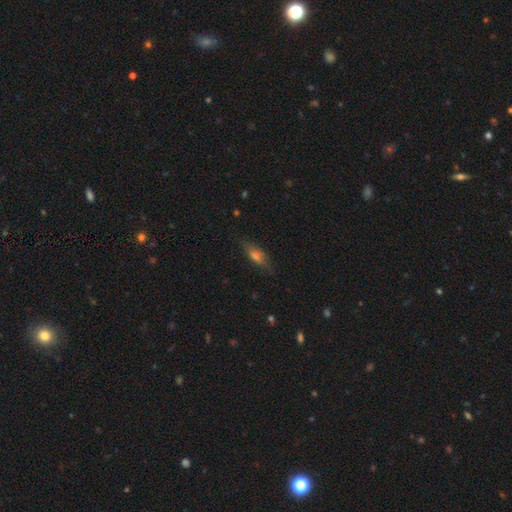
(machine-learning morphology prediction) Overall: smooth (54%; featured or disk 33%). How rounded: in between (53%; cigar-shaped 42%). Merging: none (79%).